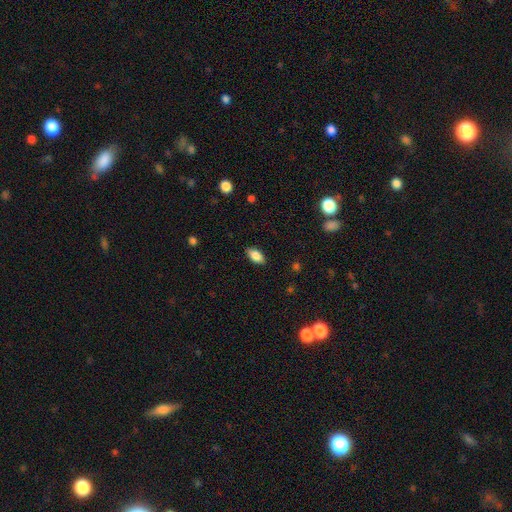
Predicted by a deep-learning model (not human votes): smooth-or-featured: smooth: 86% | star or artifact: 7% | featured or disk: 6%
  how-rounded: in between: 92% | cigar-shaped: 4% | round: 4%
  merging: none: 87% | minor disturbance: 10% | major disturbance: 2% | merger: 1%